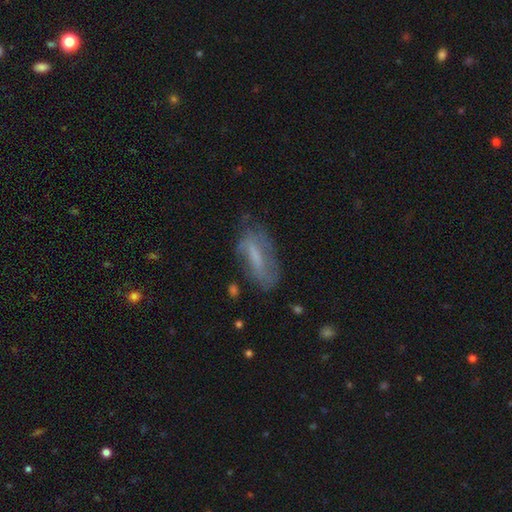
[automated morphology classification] Smooth or featured? smooth (46%)
Merging? none (56%)